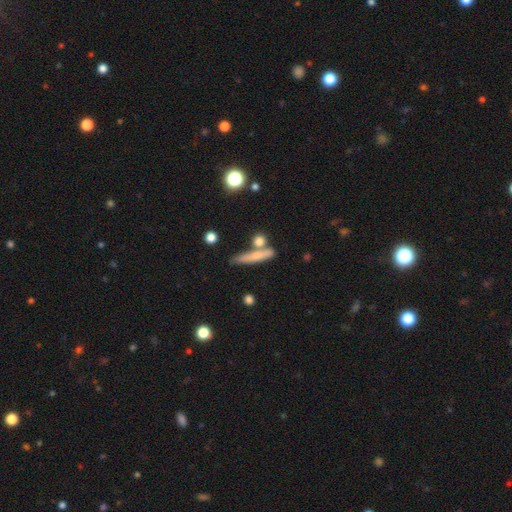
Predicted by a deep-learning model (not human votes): Overall: smooth (61%; featured or disk 31%). How rounded: cigar-shaped (84%). Merging: none (64%).